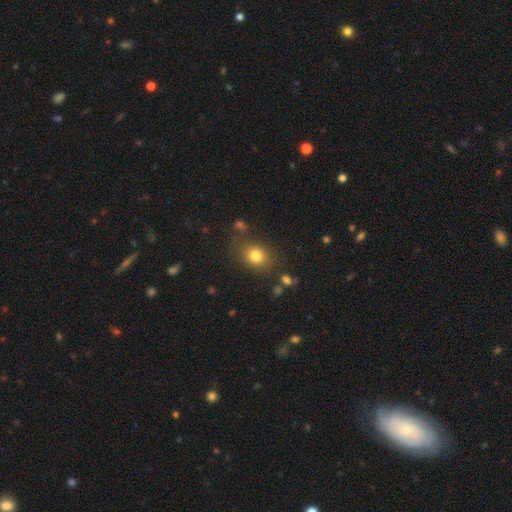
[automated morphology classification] Overall: smooth (81%). How rounded: round (56%; in between 43%). Merging: none (79%).